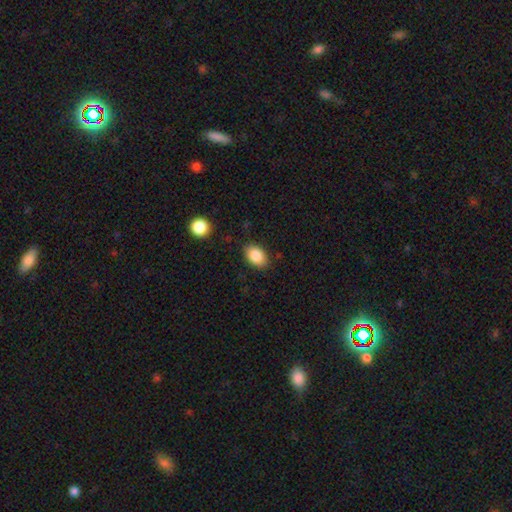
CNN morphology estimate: Smooth or featured: smooth — 87% (star or artifact — 8%)
How rounded: in between — 85% (round — 14%)
Merging: none — 84% (minor disturbance — 11%)